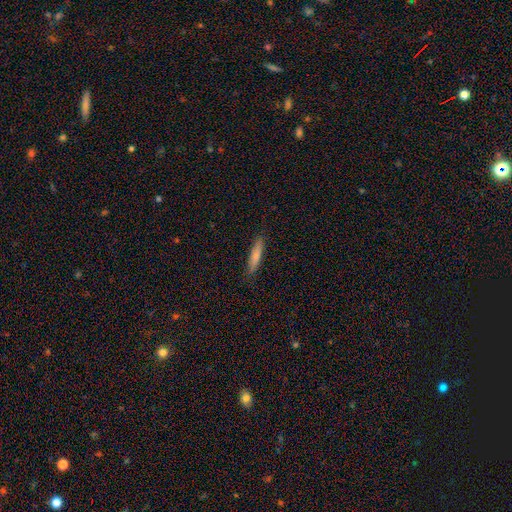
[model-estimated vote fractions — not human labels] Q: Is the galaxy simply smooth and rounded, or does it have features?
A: smooth — 74%.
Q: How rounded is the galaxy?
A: cigar-shaped — 84%.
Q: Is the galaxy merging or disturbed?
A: none — 87%.